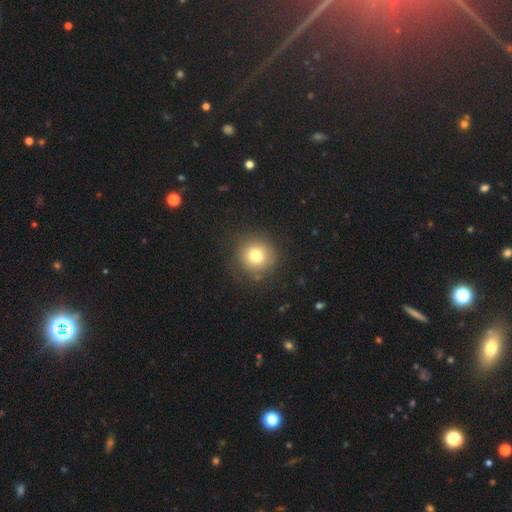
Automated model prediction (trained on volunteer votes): Smooth or featured?
  - smooth: 77% *
  - star or artifact: 13%
  - featured or disk: 10%
How rounded?
  - round: 94% *
  - in between: 5%
  - cigar-shaped: 1%
Merging?
  - none: 87% *
  - minor disturbance: 8%
  - major disturbance: 3%
  - merger: 1%